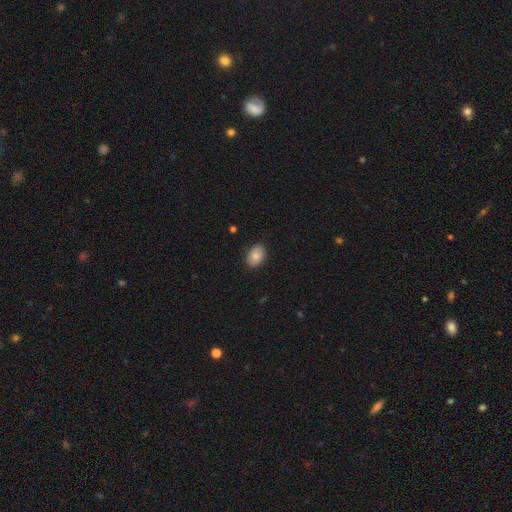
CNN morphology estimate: Smooth or featured: smooth — 83% (featured or disk — 9%)
How rounded: in between — 83% (round — 16%)
Merging: none — 87% (minor disturbance — 10%)